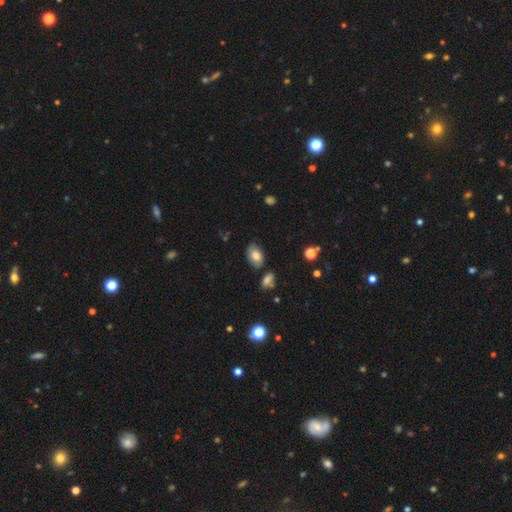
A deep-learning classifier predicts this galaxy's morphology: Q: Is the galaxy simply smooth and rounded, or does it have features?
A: smooth — 76%.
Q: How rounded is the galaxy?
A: in between — 88%.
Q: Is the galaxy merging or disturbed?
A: none — 71%.